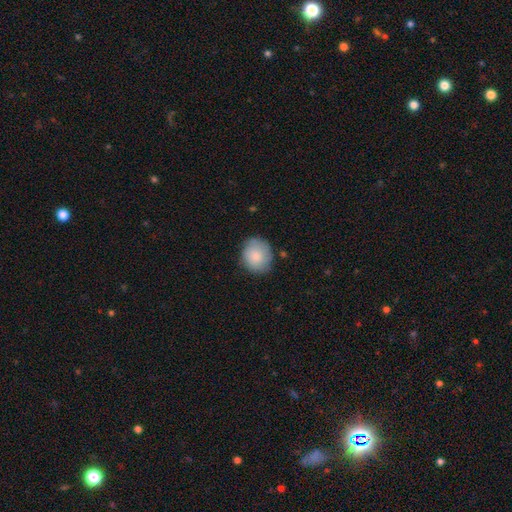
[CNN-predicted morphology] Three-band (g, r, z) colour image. It shows a smooth galaxy with no disk features (82%) that is round (71%). Merging: none (75%).